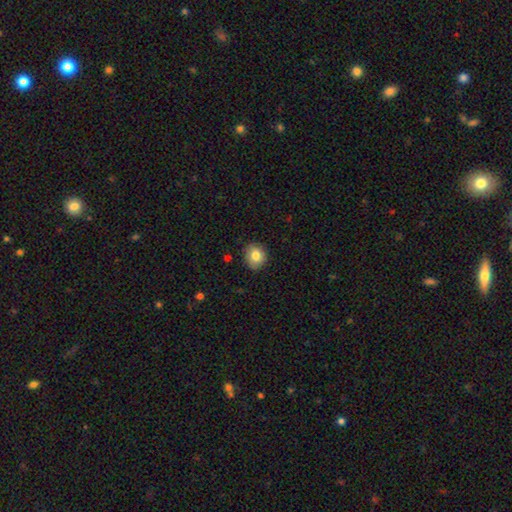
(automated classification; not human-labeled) Smooth or featured?
  - smooth: 82% *
  - featured or disk: 9%
  - star or artifact: 9%
How rounded?
  - round: 76% *
  - in between: 23%
  - cigar-shaped: 1%
Merging?
  - none: 85% *
  - minor disturbance: 11%
  - major disturbance: 2%
  - merger: 1%